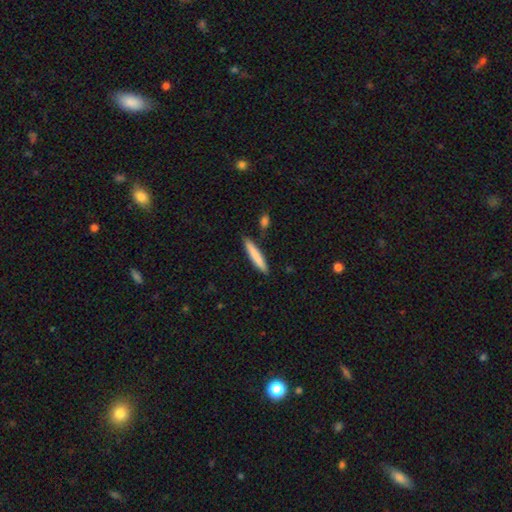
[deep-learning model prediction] A smooth galaxy with no disk features (80%) that is cigar-shaped (91%).

Vote fractions:
- Smooth or featured? smooth: 80% / featured or disk: 15% / star or artifact: 5%
- How rounded? cigar-shaped: 91% / in between: 7% / round: 1%
- Merging? none: 86% / minor disturbance: 9% / merger: 3% / major disturbance: 2%